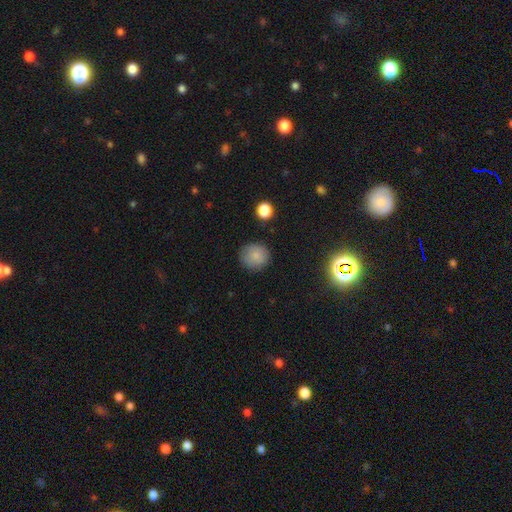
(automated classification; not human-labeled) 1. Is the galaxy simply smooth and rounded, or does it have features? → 85% smooth, 9% star or artifact, 6% featured or disk.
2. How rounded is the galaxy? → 90% round, 9% in between, 1% cigar-shaped.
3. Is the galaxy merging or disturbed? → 85% none, 11% minor disturbance, 3% major disturbance, 1% merger.